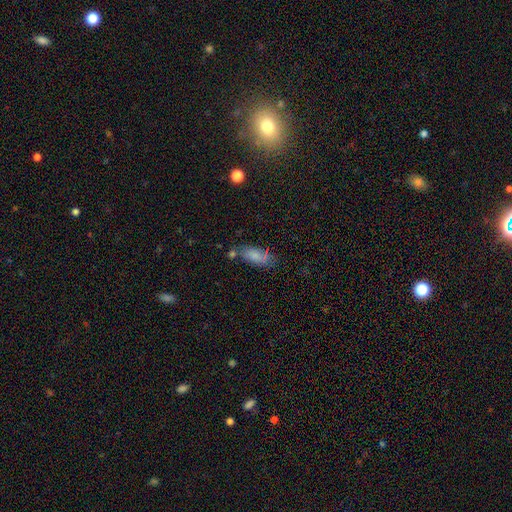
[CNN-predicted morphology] This is likely a smooth galaxy (78%). How rounded: clearly in between (82%). Merging: possibly none (58%).